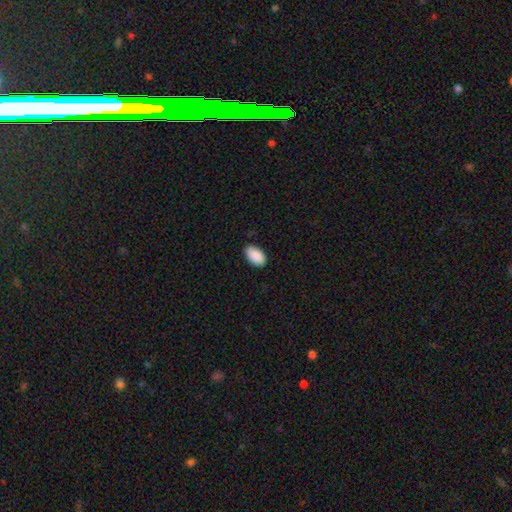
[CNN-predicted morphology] Q: Smooth or featured?
A: smooth (91%); runner-up: star or artifact (6%)
Q: How rounded?
A: in between (95%); runner-up: round (4%)
Q: Merging?
A: none (85%); runner-up: minor disturbance (12%)